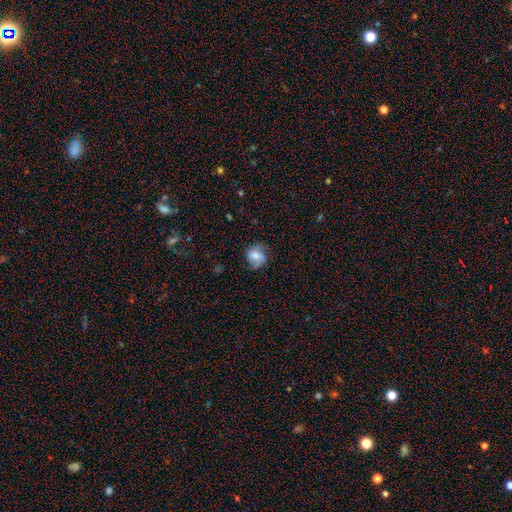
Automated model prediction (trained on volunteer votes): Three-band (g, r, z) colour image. It shows a featured or disk galaxy (45%, tied with smooth). Merging: none (62%).